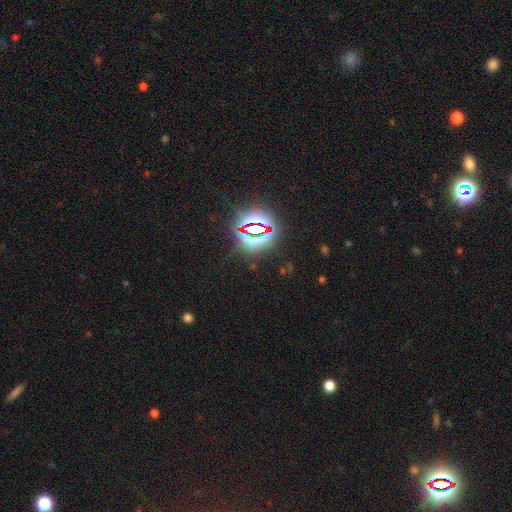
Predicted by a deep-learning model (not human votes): Overall: star or artifact (83%).